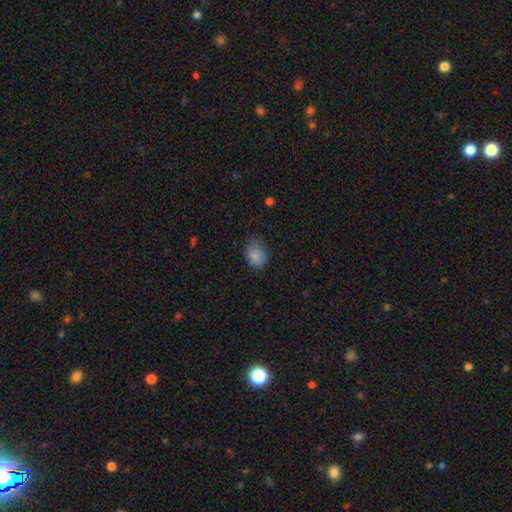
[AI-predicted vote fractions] smooth_or_featured: smooth (p=0.84) [alt: star or artifact p=0.10]
how_rounded: in between (p=0.68) [alt: round p=0.31]
merging: none (p=0.61) [alt: minor disturbance p=0.29]